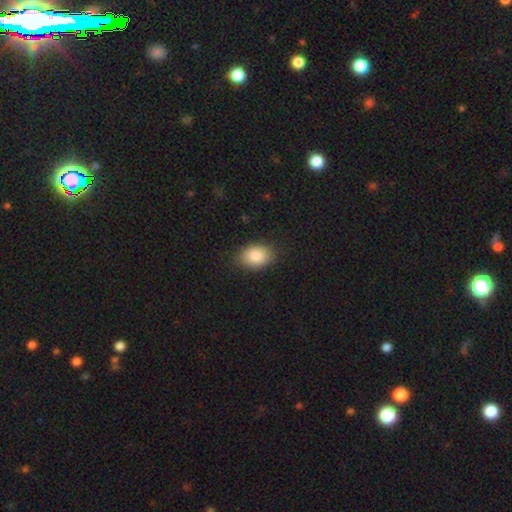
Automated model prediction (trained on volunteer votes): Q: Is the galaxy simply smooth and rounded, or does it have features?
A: smooth — 86%.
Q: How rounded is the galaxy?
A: in between — 80%.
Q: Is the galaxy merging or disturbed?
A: none — 85%.